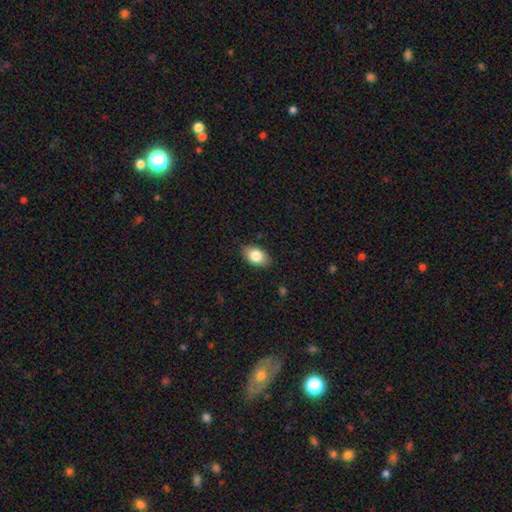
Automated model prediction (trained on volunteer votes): The model was most divided on "smooth or featured": smooth: 82%, featured or disk: 11%, star or artifact: 7%. More confident: how rounded — in between (89%); merging — none (85%).